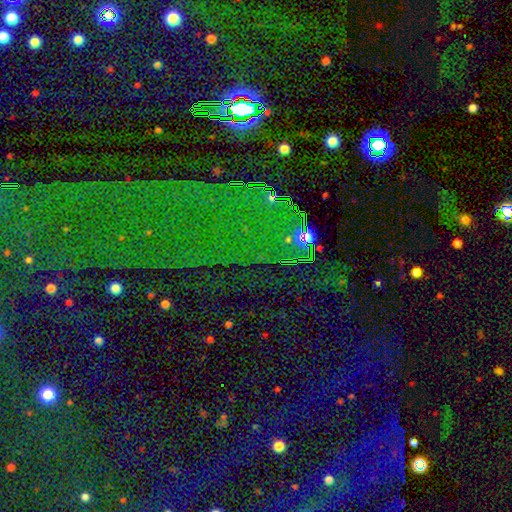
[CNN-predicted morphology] This appears to be a star or artifact, not a galaxy (83%).